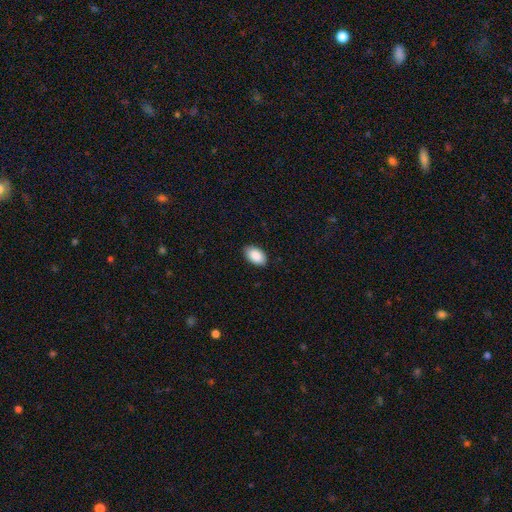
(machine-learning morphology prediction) Q: Smooth or featured?
A: smooth (90%); runner-up: star or artifact (6%)
Q: How rounded?
A: in between (94%); runner-up: round (5%)
Q: Merging?
A: none (87%); runner-up: minor disturbance (10%)